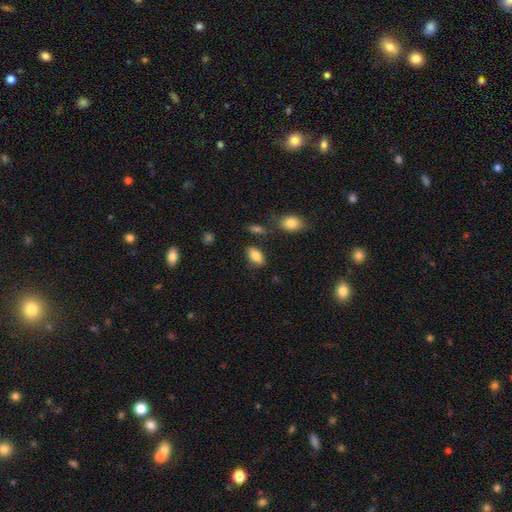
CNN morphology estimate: Smooth or featured?
  - smooth: 84% *
  - featured or disk: 8%
  - star or artifact: 8%
How rounded?
  - in between: 91% *
  - round: 5%
  - cigar-shaped: 4%
Merging?
  - none: 80% *
  - minor disturbance: 13%
  - merger: 4%
  - major disturbance: 3%